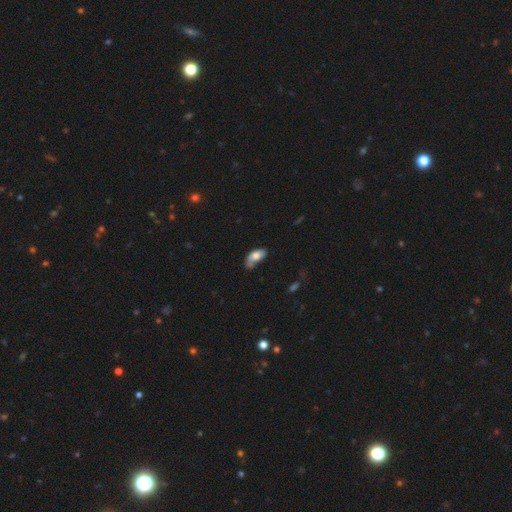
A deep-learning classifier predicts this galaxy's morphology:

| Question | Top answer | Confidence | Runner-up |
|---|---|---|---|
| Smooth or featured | smooth | 70% | featured or disk (23%) |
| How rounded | in between | 90% | cigar-shaped (6%) |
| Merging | none | 36% | minor disturbance (35%) |